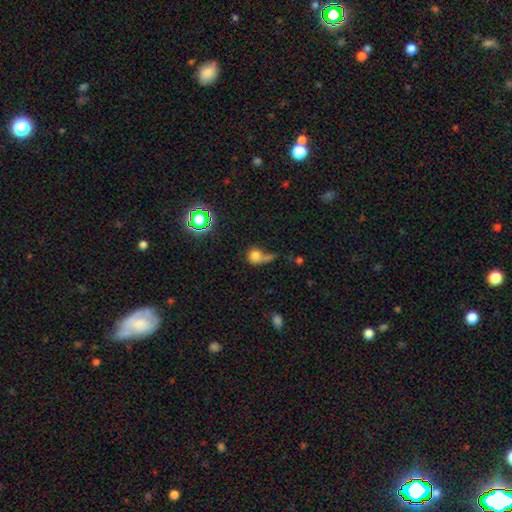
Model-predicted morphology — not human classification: A smooth galaxy with no disk features (70%) that is round (77%). Merging: merger (32%).